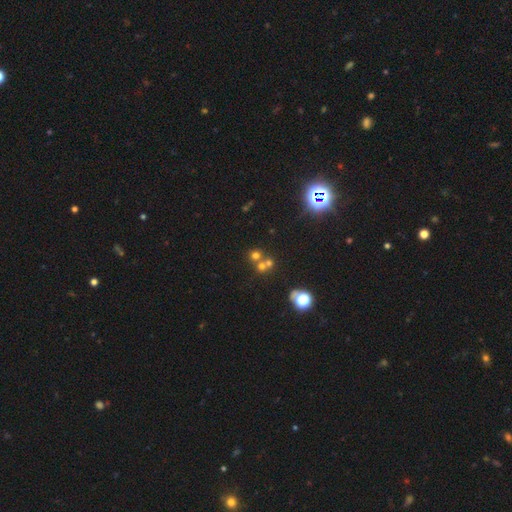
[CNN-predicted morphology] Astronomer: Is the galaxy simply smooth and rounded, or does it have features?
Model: star or artifact — 58%.